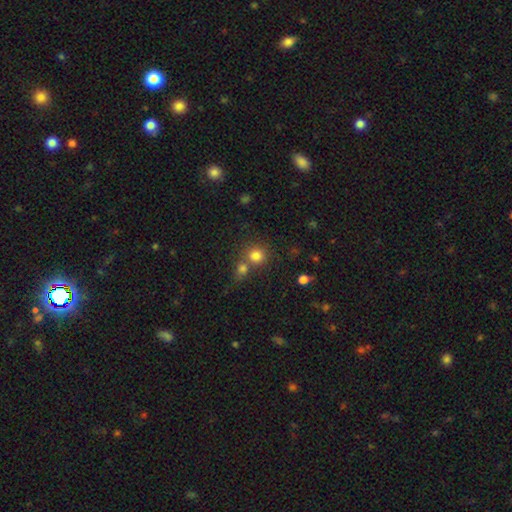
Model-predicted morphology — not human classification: This is likely a smooth galaxy (80%). How rounded: clearly round (84%). Merging: possibly none (54%).